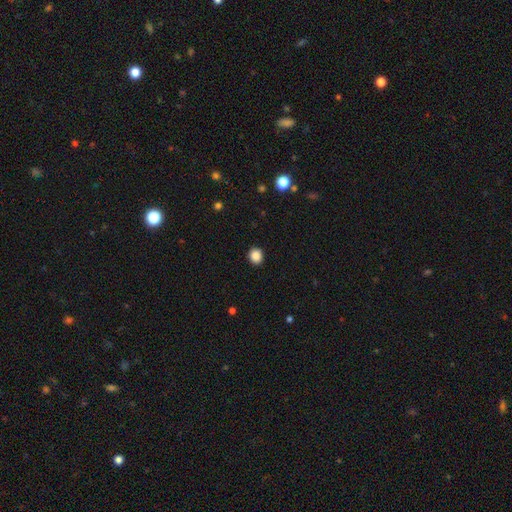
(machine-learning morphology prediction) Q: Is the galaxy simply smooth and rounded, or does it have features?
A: smooth — 88%.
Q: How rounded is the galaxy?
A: round — 74%.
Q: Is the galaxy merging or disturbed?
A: none — 91%.